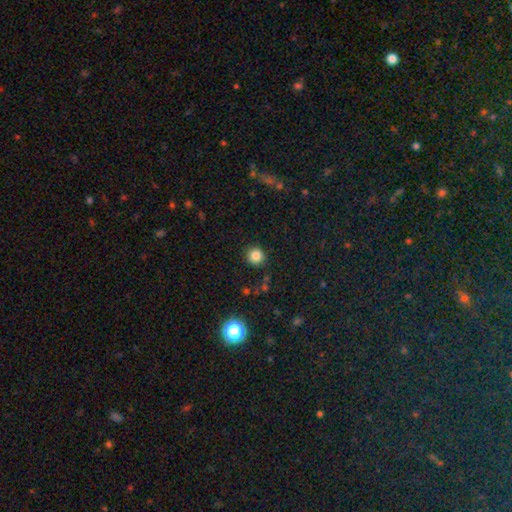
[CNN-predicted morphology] Smooth or featured?
  - smooth: 83% *
  - star or artifact: 13%
  - featured or disk: 4%
How rounded?
  - round: 93% *
  - in between: 6%
  - cigar-shaped: 1%
Merging?
  - none: 89% *
  - minor disturbance: 7%
  - major disturbance: 2%
  - merger: 2%